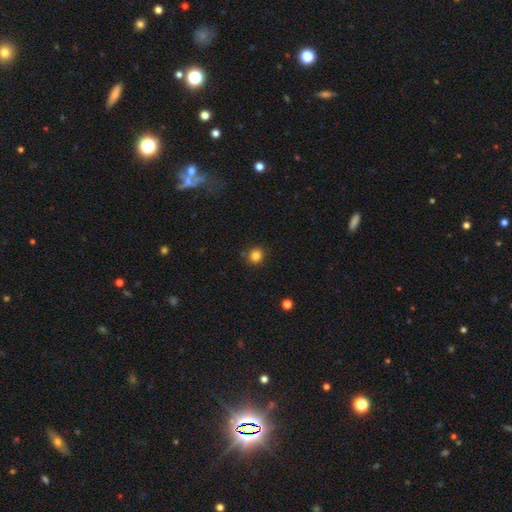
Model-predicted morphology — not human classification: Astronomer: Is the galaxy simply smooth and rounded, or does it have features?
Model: smooth — 84%.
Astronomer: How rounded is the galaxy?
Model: round — 86%.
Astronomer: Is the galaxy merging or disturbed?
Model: none — 85%.